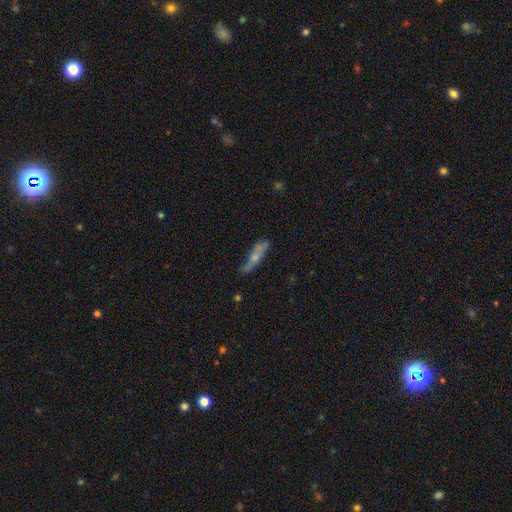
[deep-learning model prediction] This is possibly a smooth galaxy (49%). Merging: likely none (60%).